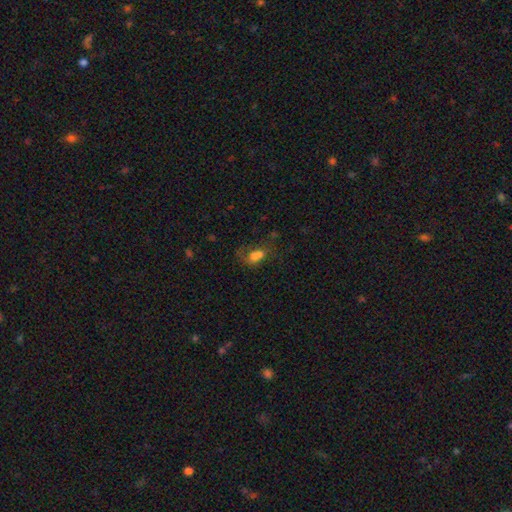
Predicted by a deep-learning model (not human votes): smooth-or-featured: smooth: 58% | featured or disk: 25% | star or artifact: 17%
  how-rounded: in between: 77% | round: 19% | cigar-shaped: 4%
  merging: major disturbance: 30% | merger: 28% | none: 26% | minor disturbance: 16%